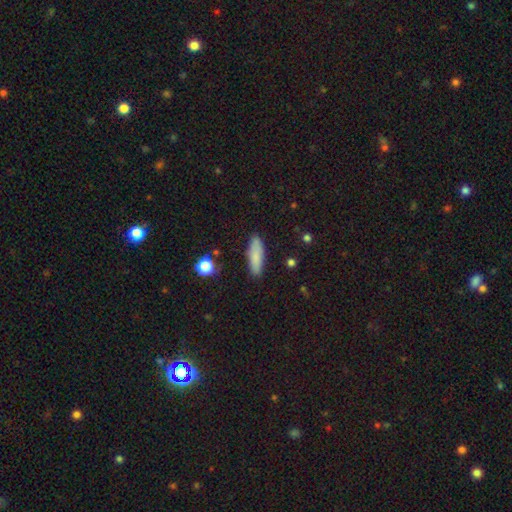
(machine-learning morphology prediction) smooth_or_featured: smooth (p=0.81) [alt: featured or disk p=0.12]
how_rounded: cigar-shaped (p=0.52) [alt: in between p=0.45]
merging: none (p=0.84) [alt: minor disturbance p=0.12]